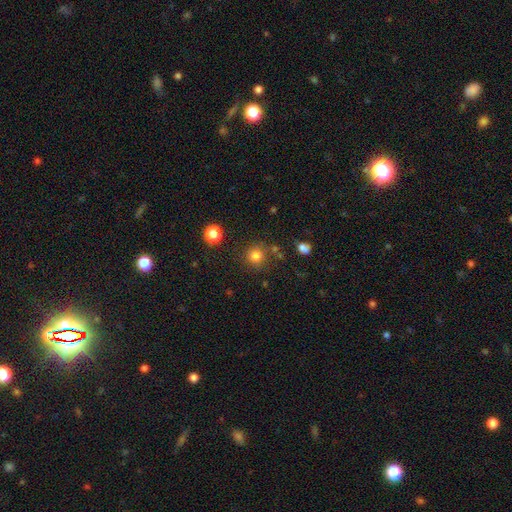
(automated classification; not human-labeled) The model was most divided on "smooth or featured": smooth: 81%, star or artifact: 14%, featured or disk: 5%. More confident: how rounded — round (91%); merging — none (79%).